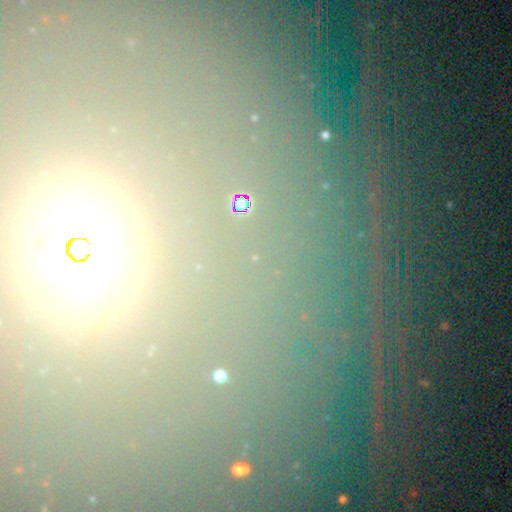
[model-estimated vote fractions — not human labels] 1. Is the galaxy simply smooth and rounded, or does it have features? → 59% star or artifact, 27% smooth, 14% featured or disk.